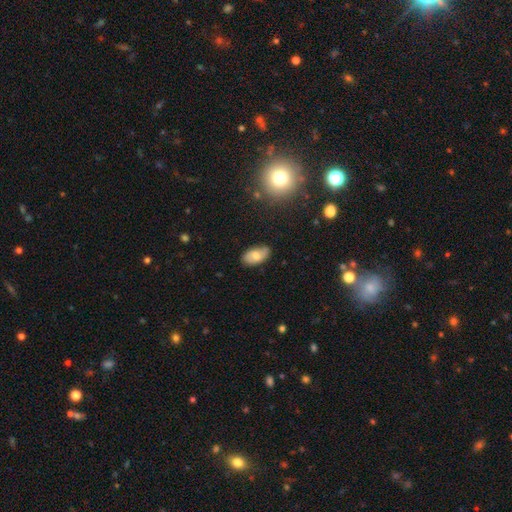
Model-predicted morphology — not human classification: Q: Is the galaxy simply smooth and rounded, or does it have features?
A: smooth — 64%.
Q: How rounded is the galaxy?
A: in between — 94%.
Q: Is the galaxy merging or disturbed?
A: none — 78%.